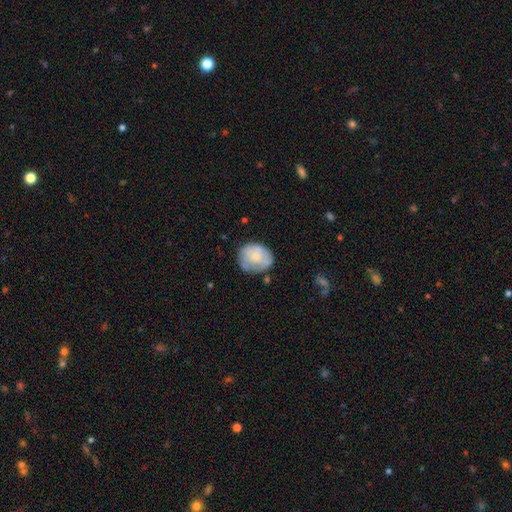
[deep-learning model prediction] A smooth galaxy with no disk features (63%) that is round (61%). Merging: none (63%).